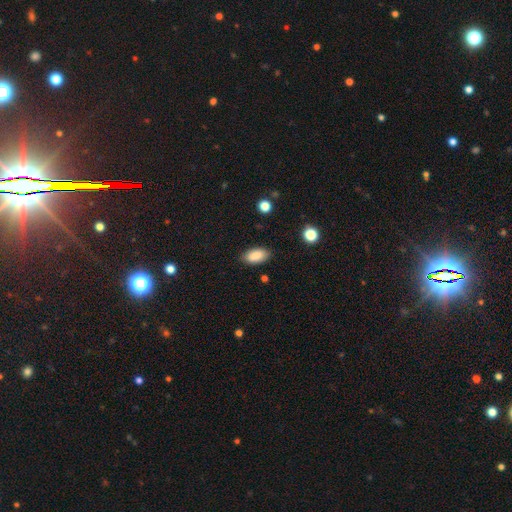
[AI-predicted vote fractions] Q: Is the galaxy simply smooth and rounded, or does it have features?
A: smooth — 88%.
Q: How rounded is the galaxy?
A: in between — 92%.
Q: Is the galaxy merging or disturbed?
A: none — 85%.